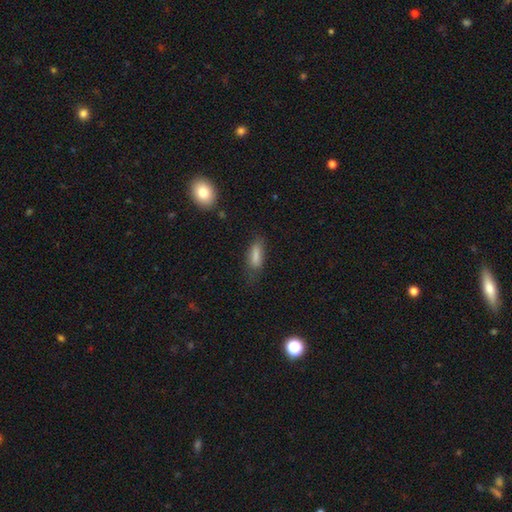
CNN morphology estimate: smooth-or-featured: smooth: 81% | featured or disk: 11% | star or artifact: 9%
  how-rounded: in between: 64% | cigar-shaped: 33% | round: 3%
  merging: none: 59% | minor disturbance: 27% | major disturbance: 11% | merger: 2%